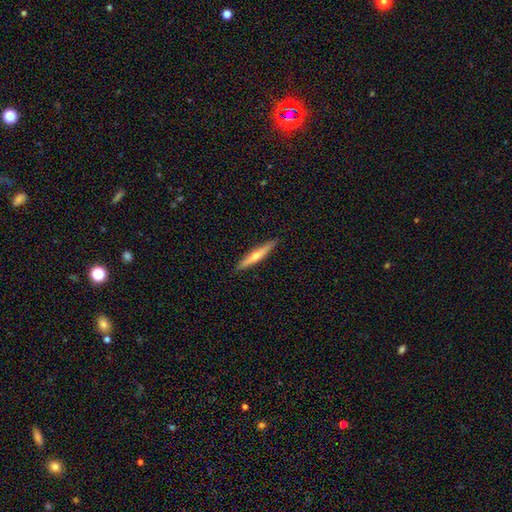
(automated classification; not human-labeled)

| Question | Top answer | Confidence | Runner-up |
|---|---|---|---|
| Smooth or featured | featured or disk | 57% | smooth (37%) |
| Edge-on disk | yes | 96% | no (4%) |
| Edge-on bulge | rounded | 85% | none (12%) |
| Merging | none | 91% | minor disturbance (6%) |